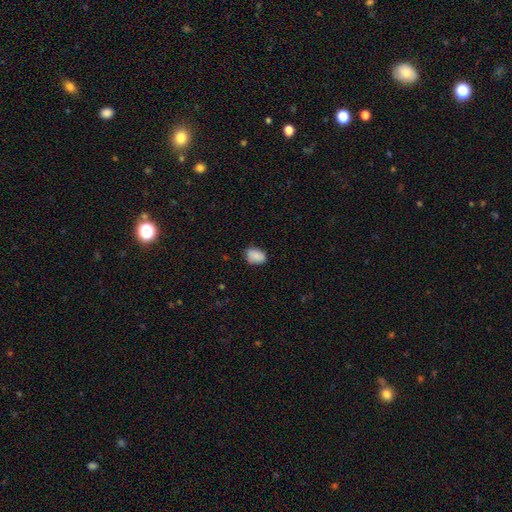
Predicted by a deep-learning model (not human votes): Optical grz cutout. It shows a smooth galaxy with no disk features (86%) that is in between round and cigar-shaped (74%). Merging: none (75%).